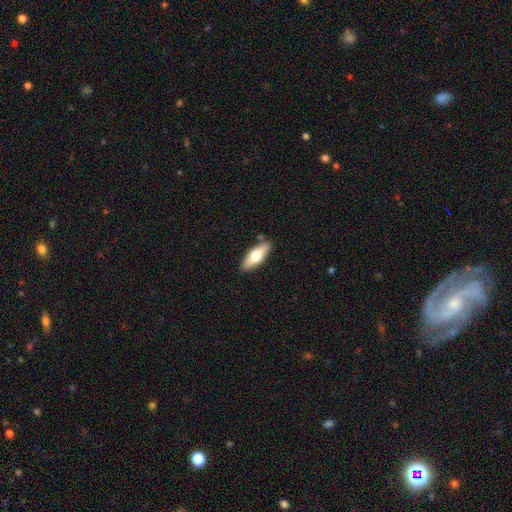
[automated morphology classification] type=smooth (62%); roundness=in between (67%); merging=none (85%).